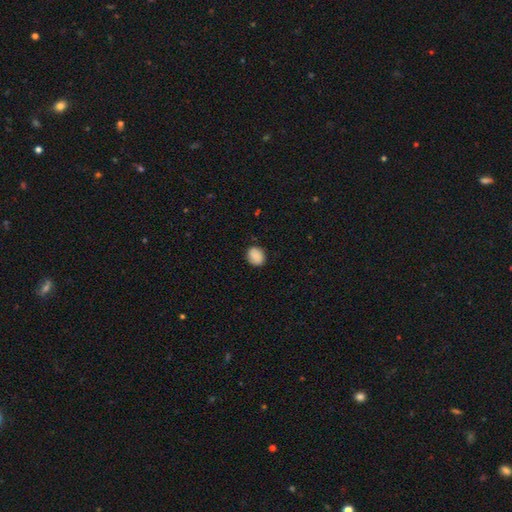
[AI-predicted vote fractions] A smooth galaxy with no disk features (88%) that is round (57%).

Vote fractions:
- Smooth or featured? smooth: 88% / star or artifact: 8% / featured or disk: 4%
- How rounded? round: 57% / in between: 43% / cigar-shaped: 1%
- Merging? none: 85% / minor disturbance: 12% / major disturbance: 3% / merger: 1%